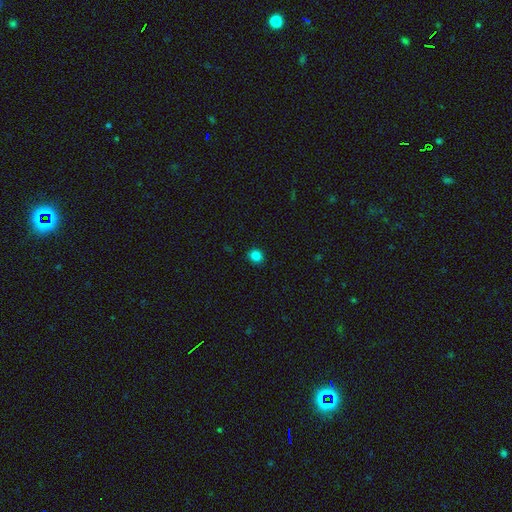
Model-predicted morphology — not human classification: The model was most divided on "how rounded": round: 84%, in between: 15%, cigar-shaped: 1%. More confident: merging — none (91%); smooth or featured — smooth (84%).